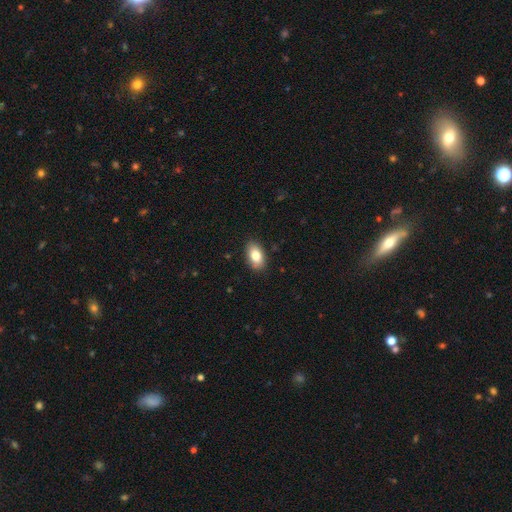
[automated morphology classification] This is clearly a smooth galaxy (82%). How rounded: clearly in between (92%). Merging: clearly none (87%).